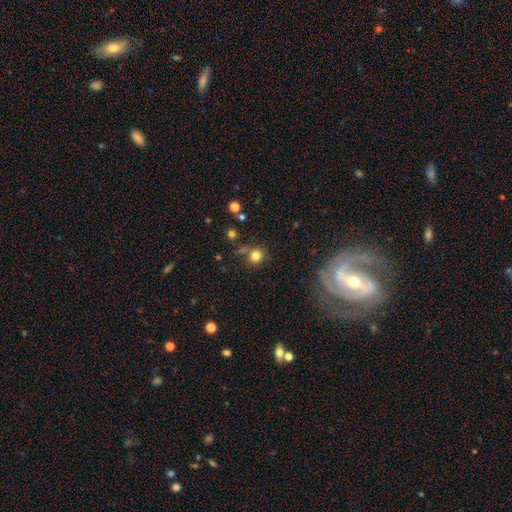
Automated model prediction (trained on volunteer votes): This appears to be a smooth galaxy with no disk features (79%) that is round (86%). Merging: none (70%).